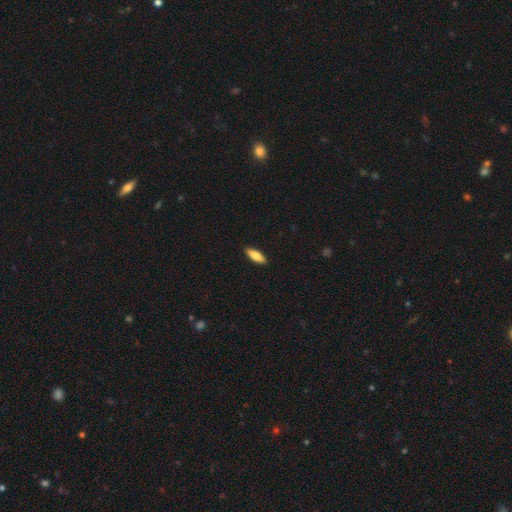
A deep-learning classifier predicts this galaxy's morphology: Q: Smooth or featured?
A: smooth (80%); runner-up: featured or disk (14%)
Q: How rounded?
A: in between (62%); runner-up: cigar-shaped (36%)
Q: Merging?
A: none (90%); runner-up: minor disturbance (7%)